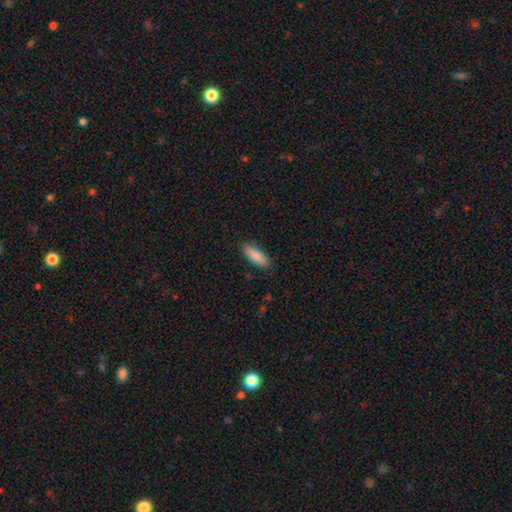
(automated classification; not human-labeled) This is clearly a smooth galaxy (88%). How rounded: possibly in between (58%). Merging: clearly none (88%).